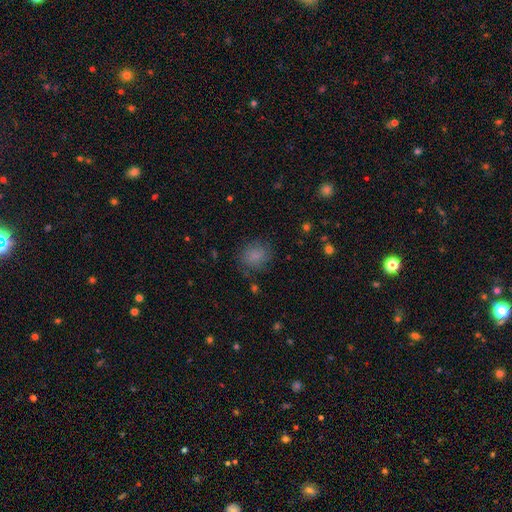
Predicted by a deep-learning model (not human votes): Morphology: type=smooth (80%); roundness=round (71%); merging=none (76%).